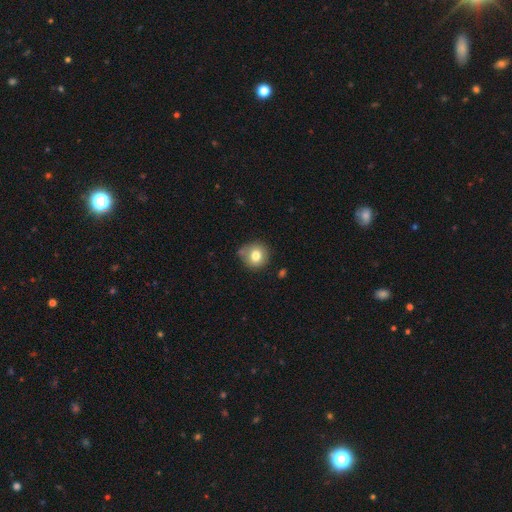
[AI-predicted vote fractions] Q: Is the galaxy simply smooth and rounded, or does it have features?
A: smooth — 78%.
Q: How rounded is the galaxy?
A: round — 89%.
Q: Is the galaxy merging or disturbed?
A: none — 72%.